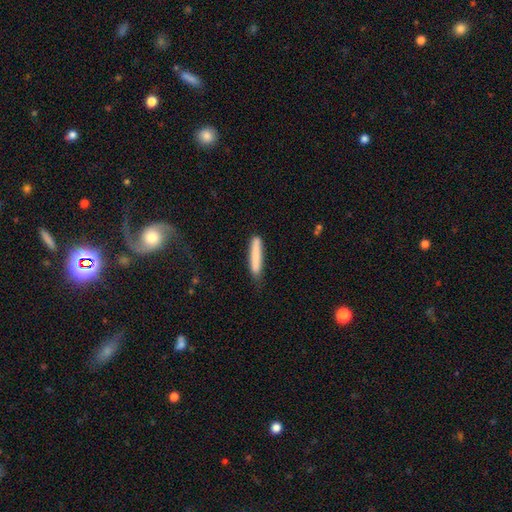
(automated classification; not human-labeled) Q: Smooth or featured?
A: smooth (81%); runner-up: featured or disk (13%)
Q: How rounded?
A: cigar-shaped (93%); runner-up: in between (5%)
Q: Merging?
A: none (77%); runner-up: minor disturbance (17%)